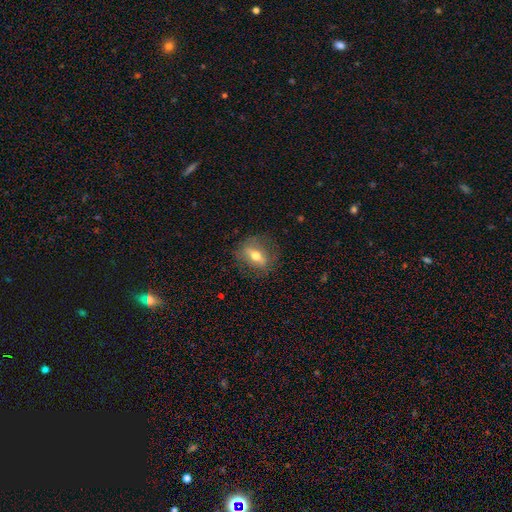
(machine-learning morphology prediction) Smooth or featured? Predicted: featured or disk (p=0.53). Edge-on disk? Predicted: no (p=0.58). Merging? Predicted: none (p=0.80).